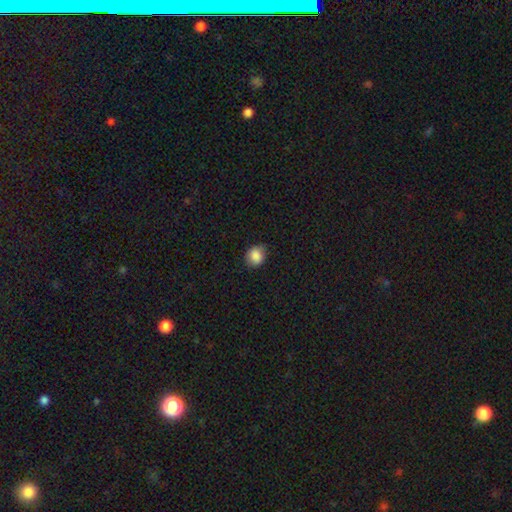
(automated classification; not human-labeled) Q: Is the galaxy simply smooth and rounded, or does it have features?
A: smooth — 87%.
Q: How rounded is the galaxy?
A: round — 66%.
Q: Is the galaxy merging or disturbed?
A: none — 77%.